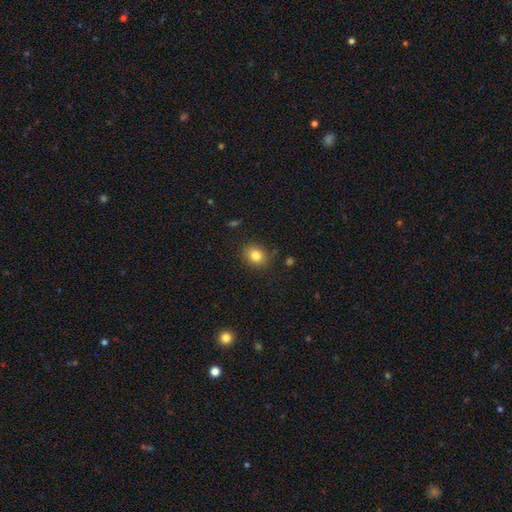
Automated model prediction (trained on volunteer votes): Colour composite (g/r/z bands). It shows a smooth galaxy with no disk features (82%) that is round (61%). Merging: none (86%).